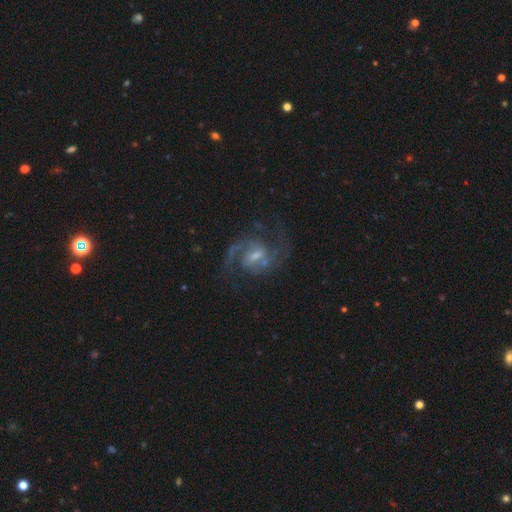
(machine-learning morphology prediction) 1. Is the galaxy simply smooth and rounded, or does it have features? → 89% featured or disk, 6% star or artifact, 5% smooth.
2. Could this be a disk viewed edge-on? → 98% no, 2% yes.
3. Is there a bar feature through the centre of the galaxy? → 59% weak, 23% strong, 19% no.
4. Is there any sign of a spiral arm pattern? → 97% yes, 3% no.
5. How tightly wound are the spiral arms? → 61% medium, 23% loose, 16% tight.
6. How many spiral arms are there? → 86% 2, 5% 3, 4% can't tell, 2% 1, 2% 4, 2% more than 4.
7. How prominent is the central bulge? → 51% small, 33% moderate, 12% none, 4% large, 1% dominant.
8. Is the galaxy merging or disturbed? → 72% none, 14% minor disturbance, 11% major disturbance, 3% merger.